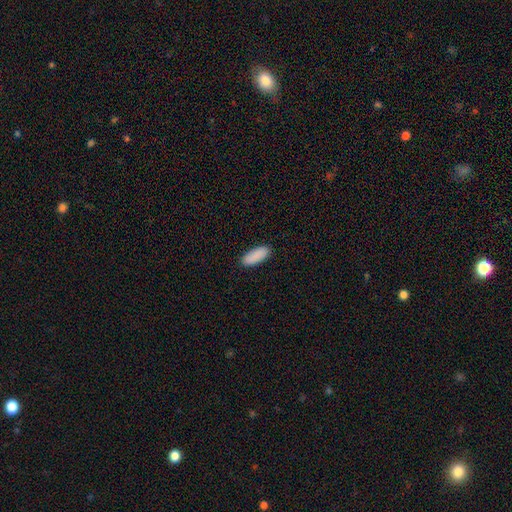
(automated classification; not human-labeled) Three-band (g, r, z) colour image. It shows a smooth galaxy with no disk features (90%) that is in between round and cigar-shaped (77%). Merging: none (90%).